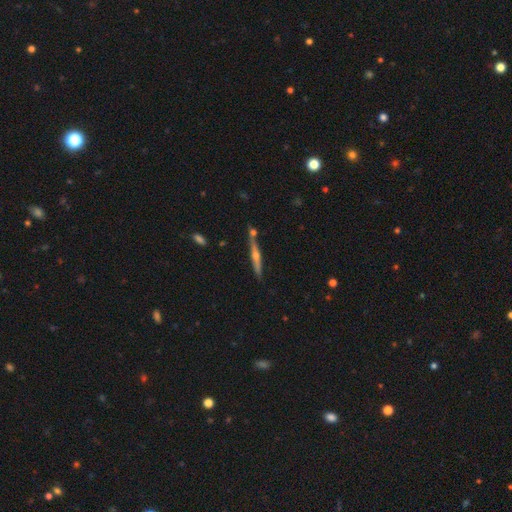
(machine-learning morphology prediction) A featured or disk galaxy (73%) viewed edge-on (97%) with a rounded central bulge (87%).

Vote fractions:
- Smooth or featured? featured or disk: 73% / smooth: 20% / star or artifact: 7%
- Edge-on disk? yes: 97% / no: 3%
- Edge-on bulge? rounded: 87% / none: 9% / boxy: 4%
- Merging? none: 81% / minor disturbance: 10% / merger: 7% / major disturbance: 2%